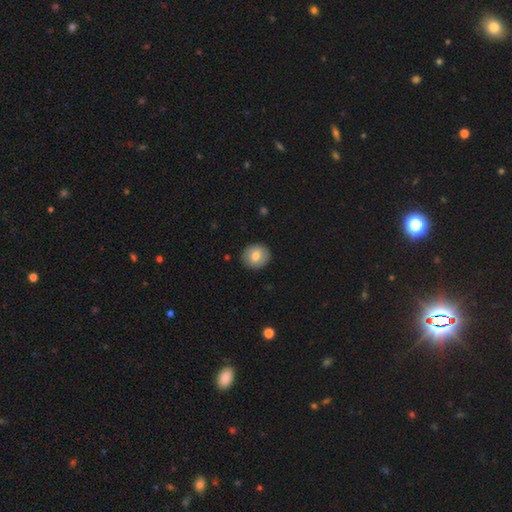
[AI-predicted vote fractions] The model was most divided on "smooth or featured": smooth: 76%, featured or disk: 17%, star or artifact: 7%. More confident: merging — none (90%); how rounded — round (79%).